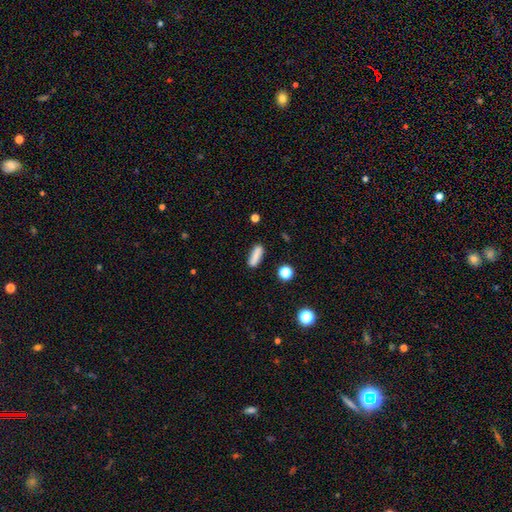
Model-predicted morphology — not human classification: type=smooth (83%); roundness=cigar-shaped (55%); merging=none (81%).